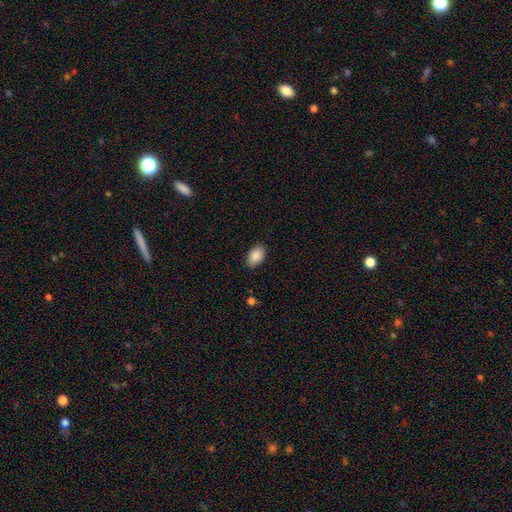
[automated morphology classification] Overall: smooth (89%). How rounded: in between (90%). Merging: none (87%).